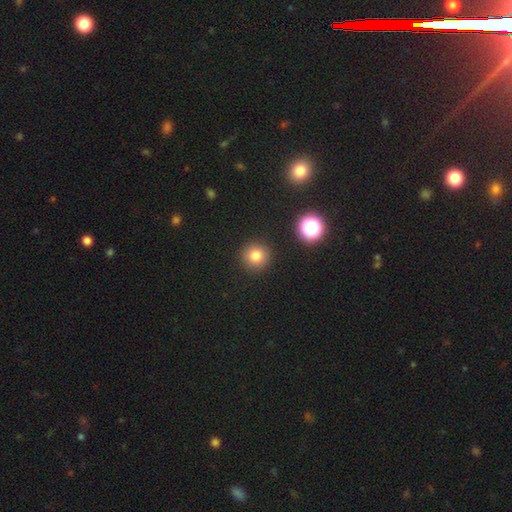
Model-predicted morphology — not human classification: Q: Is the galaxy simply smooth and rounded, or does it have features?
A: smooth — 79%.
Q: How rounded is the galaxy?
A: round — 94%.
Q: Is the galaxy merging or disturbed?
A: none — 90%.